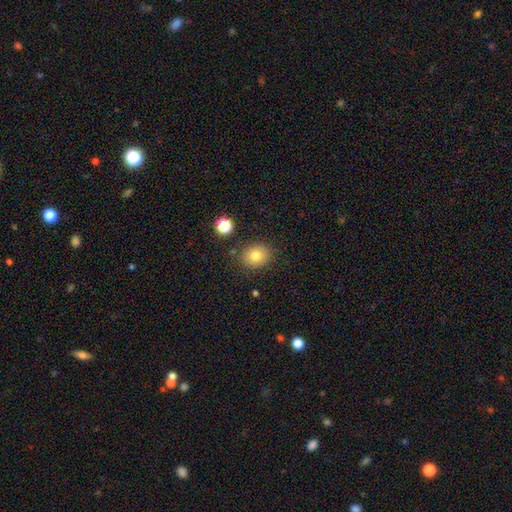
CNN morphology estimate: type=smooth (79%); roundness=round (68%); merging=none (84%).